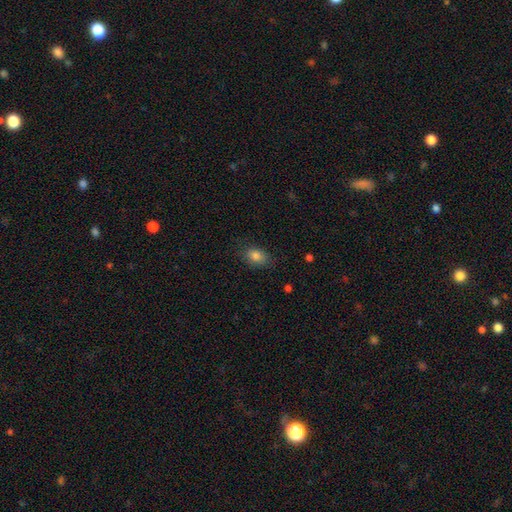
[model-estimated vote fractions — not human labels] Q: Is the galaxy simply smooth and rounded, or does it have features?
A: smooth — 82%.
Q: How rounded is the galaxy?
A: in between — 80%.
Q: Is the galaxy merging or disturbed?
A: none — 80%.